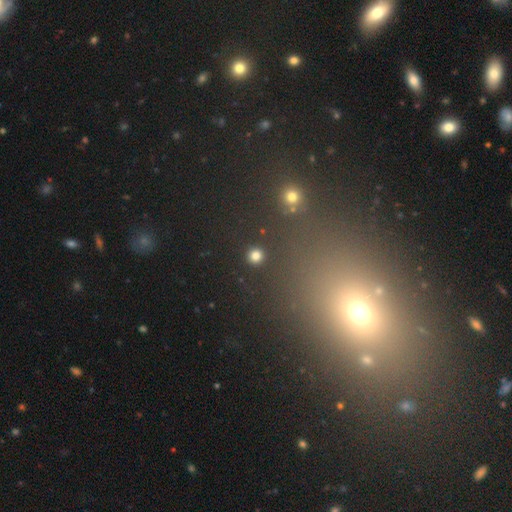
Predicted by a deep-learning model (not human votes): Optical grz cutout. It shows a smooth galaxy with no disk features (81%) that is round (94%). Merging: none (92%).